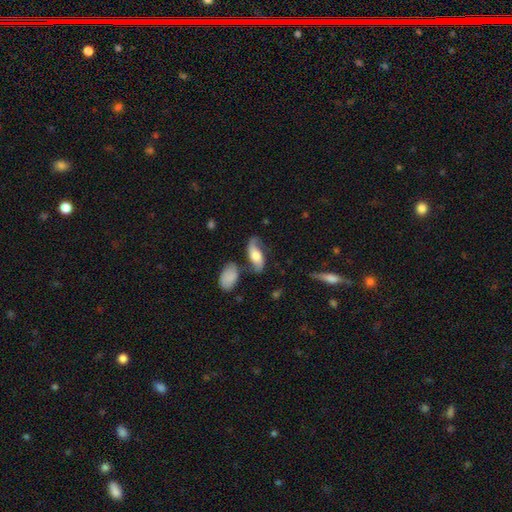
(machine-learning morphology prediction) A featured or disk galaxy (63%) with no bar (57%), spiral arms (89%) and a moderate central bulge (51%).

Vote fractions:
- Smooth or featured? featured or disk: 63% / smooth: 30% / star or artifact: 7%
- Edge-on disk? no: 86% / yes: 14%
- Bar? no: 57% / weak: 30% / strong: 13%
- Spiral arms? yes: 89% / no: 11%
- Bulge size? moderate: 51% / large: 28% / small: 14% / none: 4% / dominant: 4%
- Merging? none: 62% / minor disturbance: 21% / major disturbance: 9% / merger: 8%